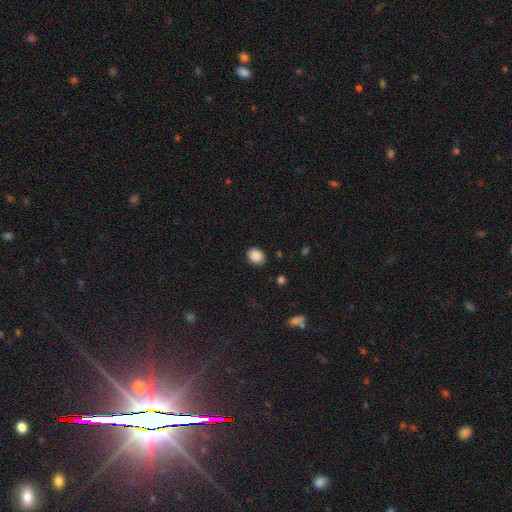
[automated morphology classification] type=smooth (88%); roundness=round (51%); merging=none (86%).